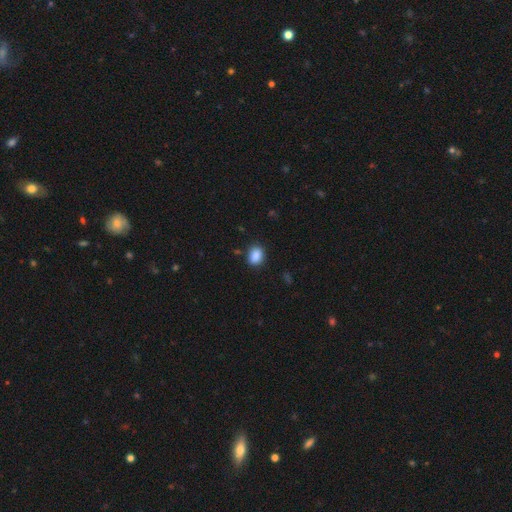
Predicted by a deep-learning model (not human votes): Q: Smooth or featured?
A: smooth (88%); runner-up: star or artifact (8%)
Q: How rounded?
A: in between (65%); runner-up: round (34%)
Q: Merging?
A: none (83%); runner-up: minor disturbance (12%)